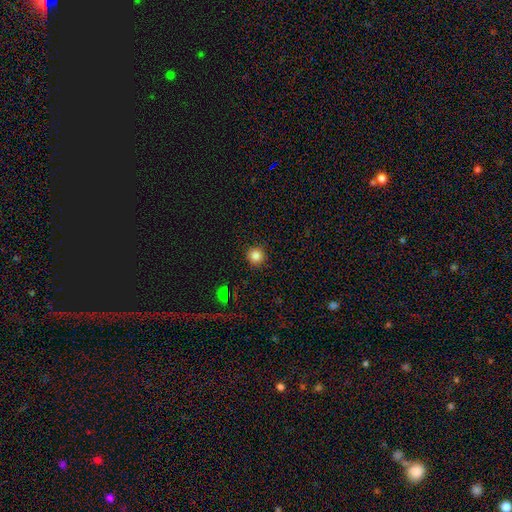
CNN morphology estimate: type=smooth (84%); roundness=round (94%); merging=none (91%).